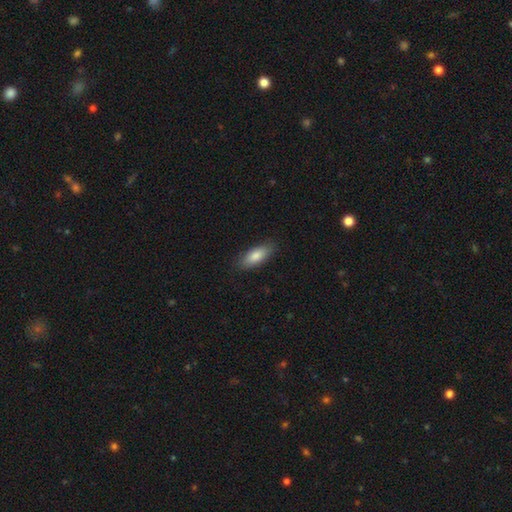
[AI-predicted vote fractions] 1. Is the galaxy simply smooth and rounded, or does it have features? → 83% smooth, 11% featured or disk, 6% star or artifact.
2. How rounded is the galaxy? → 75% in between, 22% cigar-shaped, 2% round.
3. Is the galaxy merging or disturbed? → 86% none, 11% minor disturbance, 2% major disturbance, 1% merger.